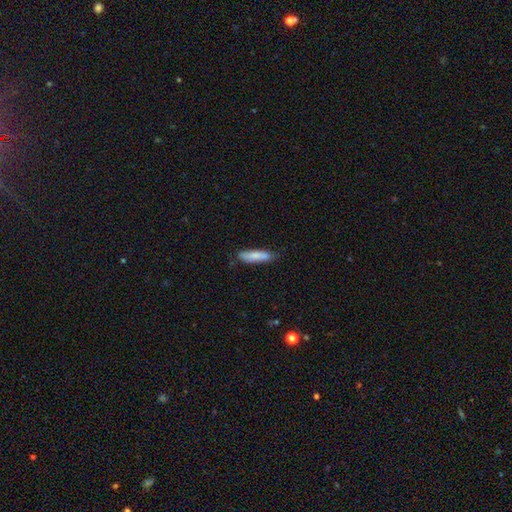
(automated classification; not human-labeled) smooth 80%, featured or disk 15%, star or artifact 6%. Down the decision tree: how rounded — cigar-shaped (71%); merging — none (72%).